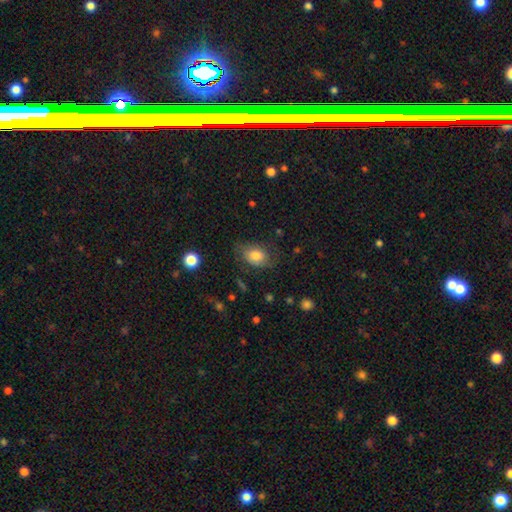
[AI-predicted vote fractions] Overall: smooth (75%). How rounded: in between (78%). Merging: none (64%; minor disturbance 24%).